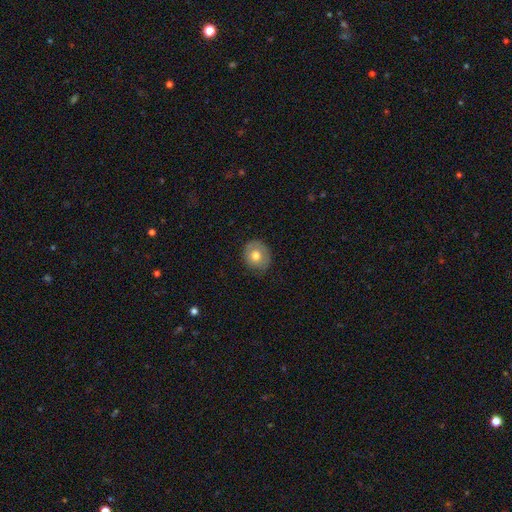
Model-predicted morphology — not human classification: Smooth or featured? smooth (64%)
How rounded? round (72%)
Merging? none (77%)